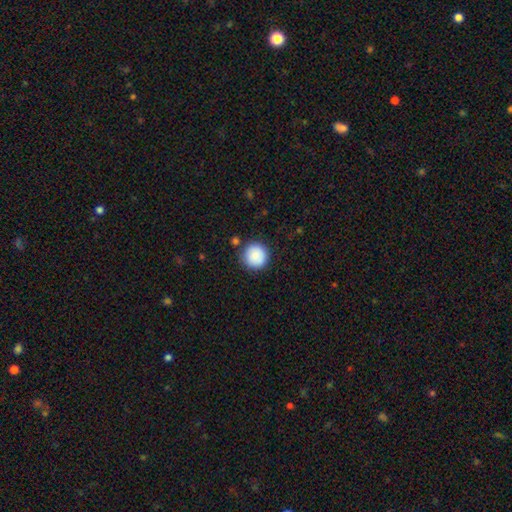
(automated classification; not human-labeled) This appears to be a smooth galaxy with no disk features (88%) that is round (95%). Merging: none (87%).